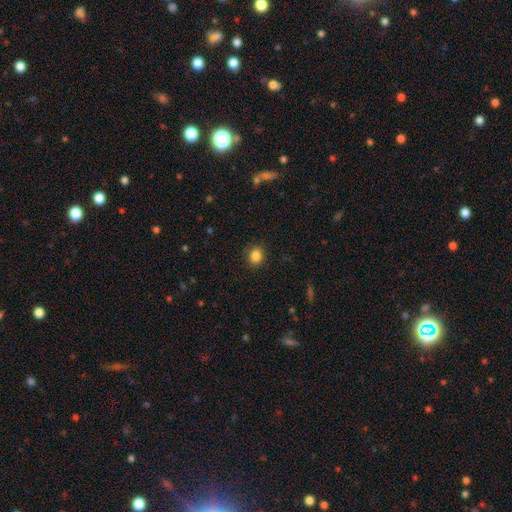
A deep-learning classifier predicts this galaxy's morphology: Smooth or featured? smooth (85%)
How rounded? round (63%)
Merging? none (89%)